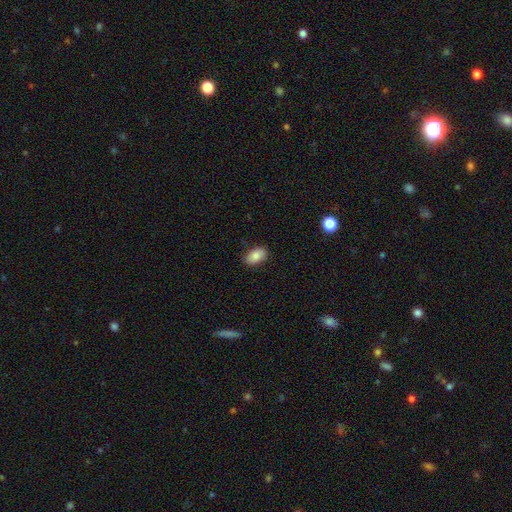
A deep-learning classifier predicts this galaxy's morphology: Smooth or featured: smooth — 86% (star or artifact — 7%)
How rounded: in between — 92% (round — 6%)
Merging: none — 86% (minor disturbance — 11%)